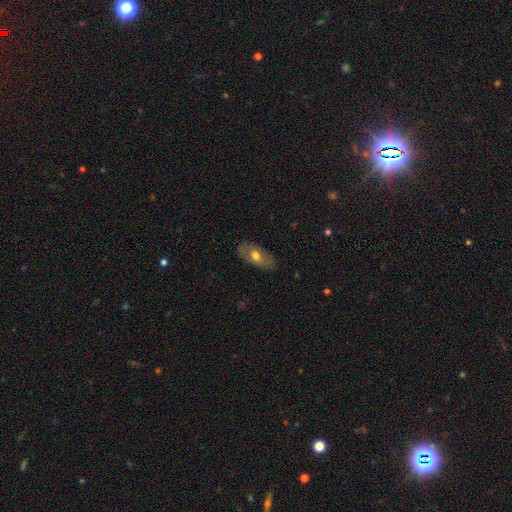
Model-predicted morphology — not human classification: This appears to be a smooth galaxy with no disk features (58%) that is in between round and cigar-shaped (88%). Merging: none (80%).